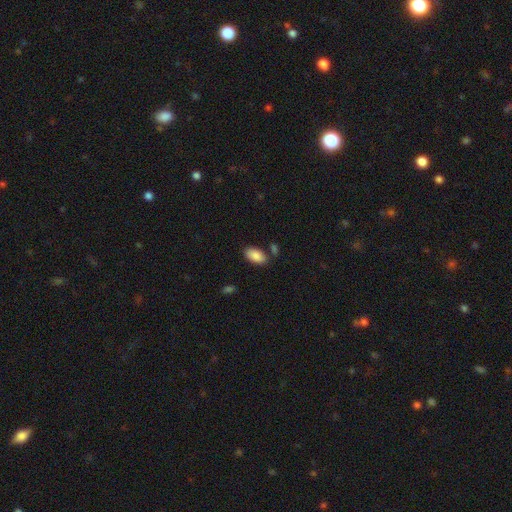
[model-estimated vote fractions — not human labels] A smooth galaxy with no disk features (88%) that is in between round and cigar-shaped (95%).

Vote fractions:
- Smooth or featured? smooth: 88% / star or artifact: 7% / featured or disk: 5%
- How rounded? in between: 95% / round: 3% / cigar-shaped: 3%
- Merging? none: 78% / minor disturbance: 12% / merger: 7% / major disturbance: 3%